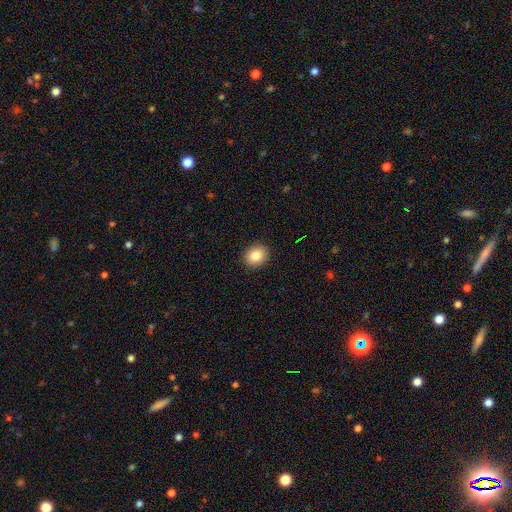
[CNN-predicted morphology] Overall: smooth (84%). How rounded: round (64%; in between 35%). Merging: none (91%).